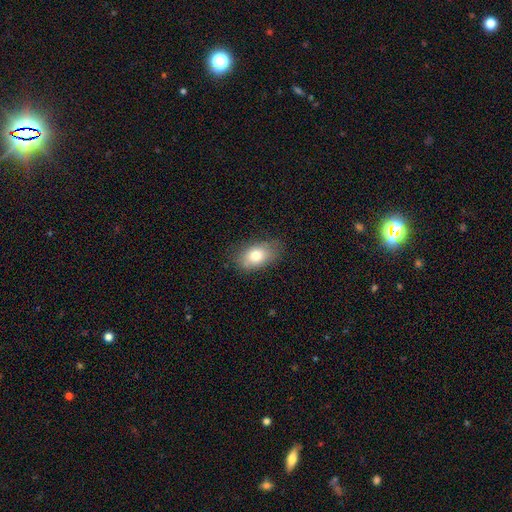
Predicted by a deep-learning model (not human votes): smooth_or_featured: smooth (p=0.76) [alt: featured or disk p=0.15]
how_rounded: in between (p=0.86) [alt: round p=0.12]
merging: none (p=0.74) [alt: minor disturbance p=0.20]